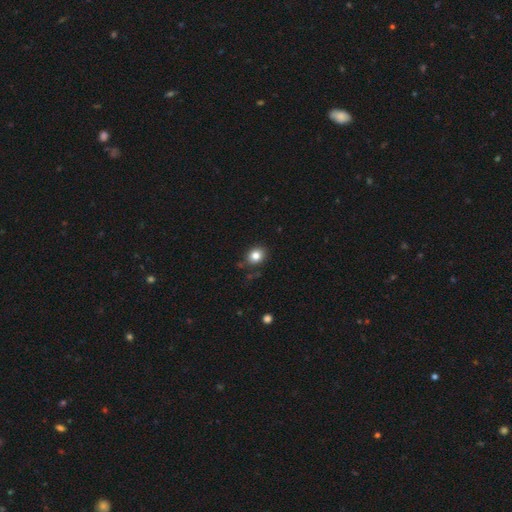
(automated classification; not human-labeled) A smooth galaxy with no disk features (82%) that is round (58%).

Vote fractions:
- Smooth or featured? smooth: 82% / star or artifact: 11% / featured or disk: 7%
- How rounded? round: 58% / in between: 41% / cigar-shaped: 1%
- Merging? none: 84% / minor disturbance: 11% / major disturbance: 3% / merger: 3%